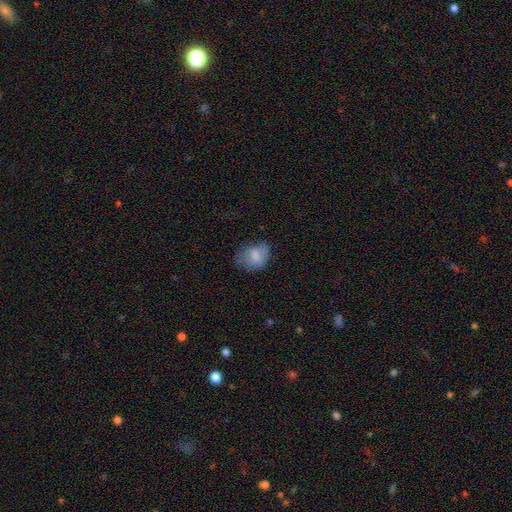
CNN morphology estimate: A smooth galaxy with no disk features (70%) that is in between round and cigar-shaped (58%). Merging: none (45%).